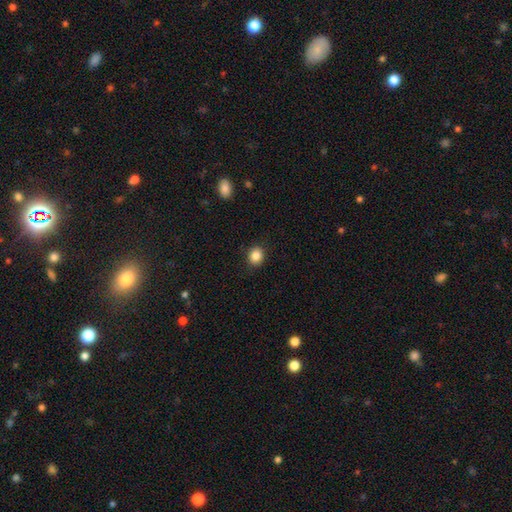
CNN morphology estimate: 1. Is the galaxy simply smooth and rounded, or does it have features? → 86% smooth, 10% star or artifact, 4% featured or disk.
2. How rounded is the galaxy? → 72% round, 27% in between, 1% cigar-shaped.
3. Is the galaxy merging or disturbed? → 89% none, 7% minor disturbance, 2% major disturbance, 1% merger.